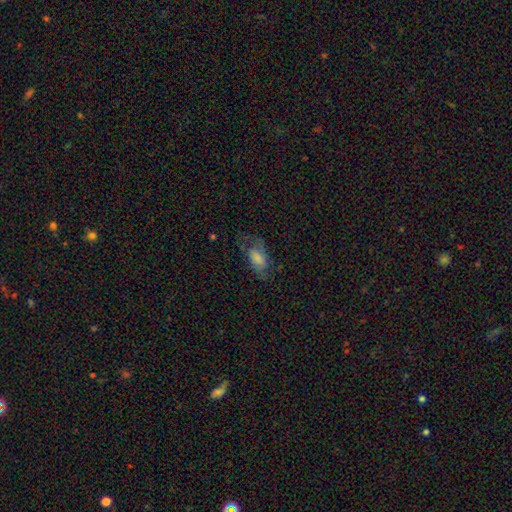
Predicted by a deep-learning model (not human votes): This appears to be a smooth galaxy with no disk features (43%, tied with featured or disk). Merging: none (60%).